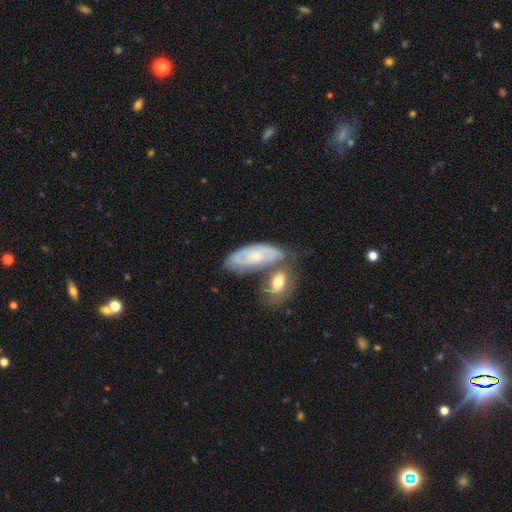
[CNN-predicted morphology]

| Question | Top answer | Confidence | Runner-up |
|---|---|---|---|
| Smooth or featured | featured or disk | 54% | smooth (39%) |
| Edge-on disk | no | 87% | yes (13%) |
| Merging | none | 42% | merger (32%) |